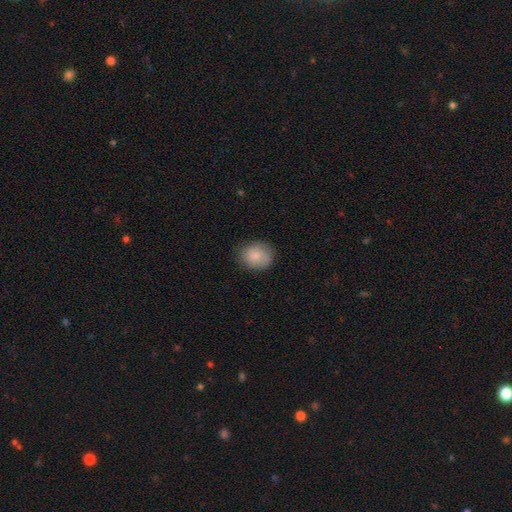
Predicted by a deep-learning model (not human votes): Morphology: type=smooth (83%); roundness=round (69%); merging=none (80%).